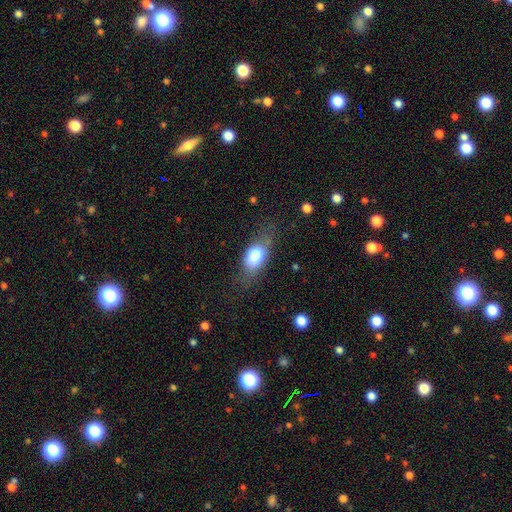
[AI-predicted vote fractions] Morphology: type=smooth (75%); roundness=in between (83%); merging=none (62%).